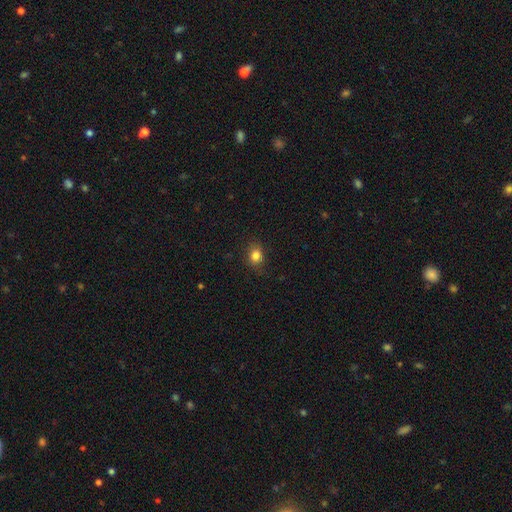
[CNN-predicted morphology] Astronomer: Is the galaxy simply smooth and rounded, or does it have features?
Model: smooth — 83%.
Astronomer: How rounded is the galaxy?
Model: round — 51% (runner-up: in between, 48%).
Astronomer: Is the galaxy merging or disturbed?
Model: none — 84%.